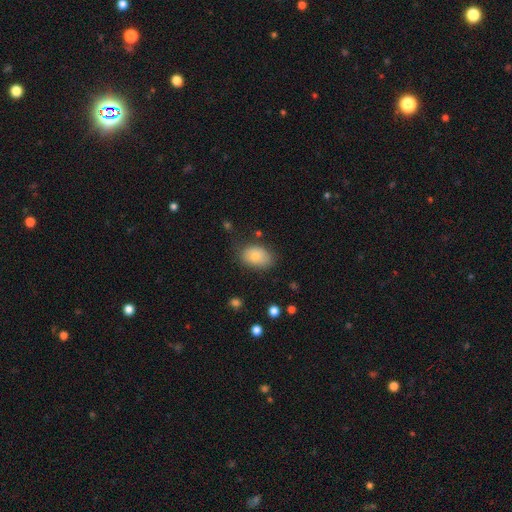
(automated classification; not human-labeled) Q: Smooth or featured?
A: smooth (79%); runner-up: featured or disk (13%)
Q: How rounded?
A: in between (84%); runner-up: round (15%)
Q: Merging?
A: none (71%); runner-up: minor disturbance (21%)